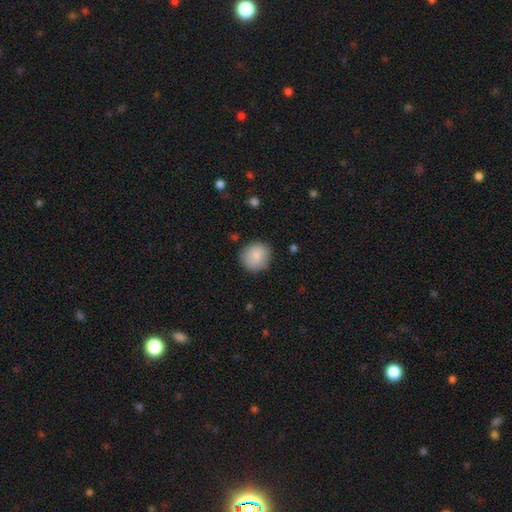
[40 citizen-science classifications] This is clearly a smooth galaxy (92%). How rounded: clearly round (97%). Merging: clearly none (81%).